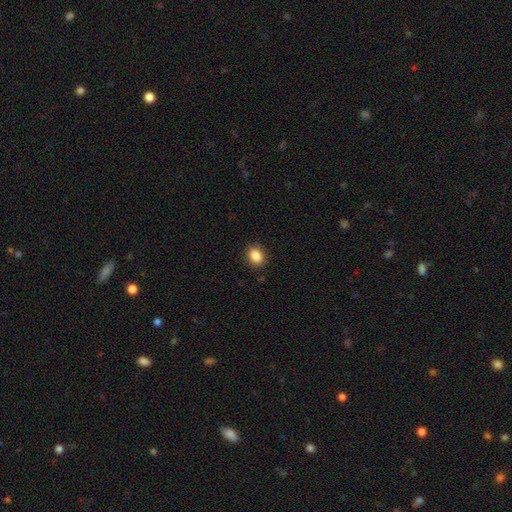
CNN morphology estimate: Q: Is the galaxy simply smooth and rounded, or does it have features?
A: smooth — 88%.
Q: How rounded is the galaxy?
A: in between — 65%.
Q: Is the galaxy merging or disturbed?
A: none — 88%.